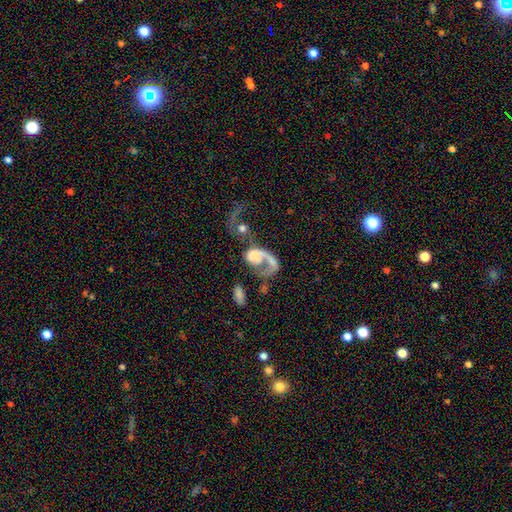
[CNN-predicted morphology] smooth-or-featured: featured or disk: 58% | smooth: 32% | star or artifact: 10%
  disk-edge-on: no: 97% | yes: 3%
    bar: no: 80% | weak: 14% | strong: 6%
    has-spiral-arms: yes: 58% | no: 42%
    bulge-size: none: 37% | moderate: 23% | small: 20% | large: 14% | dominant: 5%
  merging: major disturbance: 43% | merger: 34% | none: 15% | minor disturbance: 8%